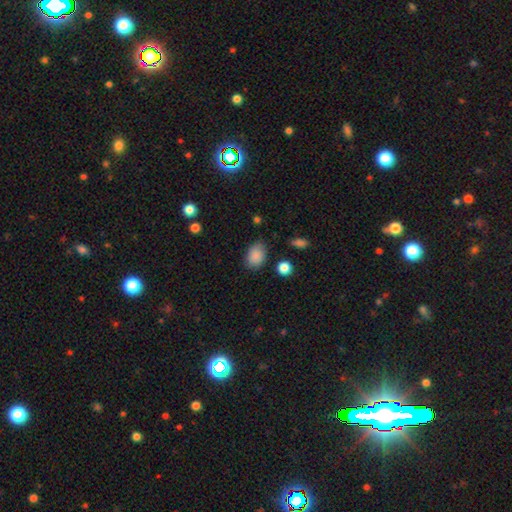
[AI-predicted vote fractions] Smooth or featured? smooth (87%)
How rounded? in between (79%)
Merging? none (78%)